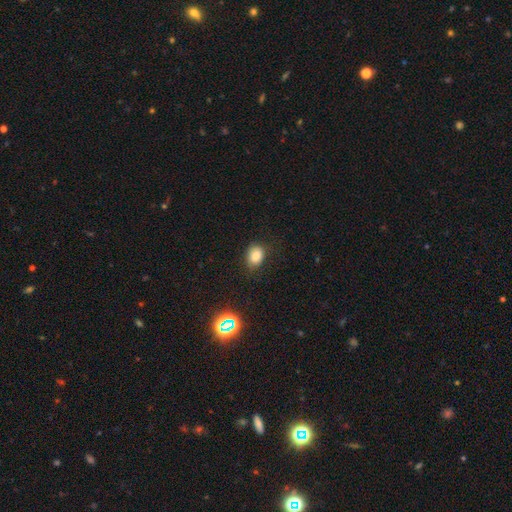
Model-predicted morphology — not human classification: type=smooth (81%); roundness=in between (64%); merging=none (77%).